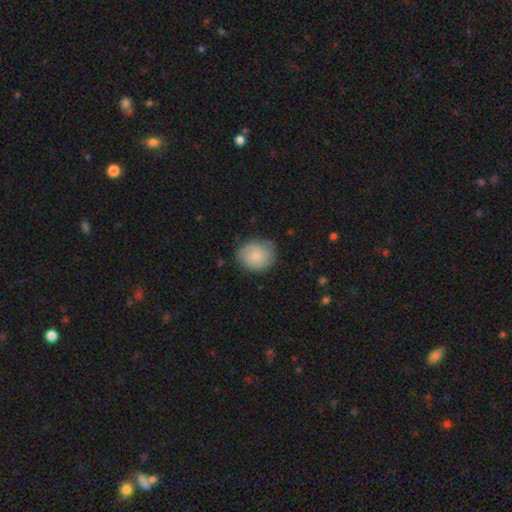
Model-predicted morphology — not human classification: This appears to be a smooth galaxy with no disk features (73%) that is round (71%). Merging: none (74%).